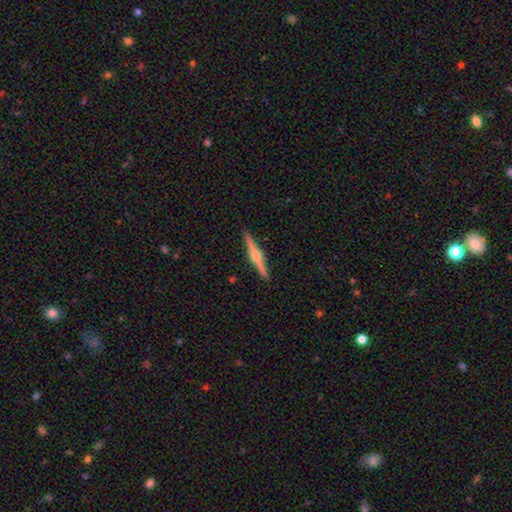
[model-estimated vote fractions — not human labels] Smooth or featured: featured or disk — 80% (smooth — 15%)
Edge-on disk: yes — 99% (no — 1%)
Edge-on bulge: rounded — 91% (boxy — 6%)
Merging: none — 92% (minor disturbance — 5%)